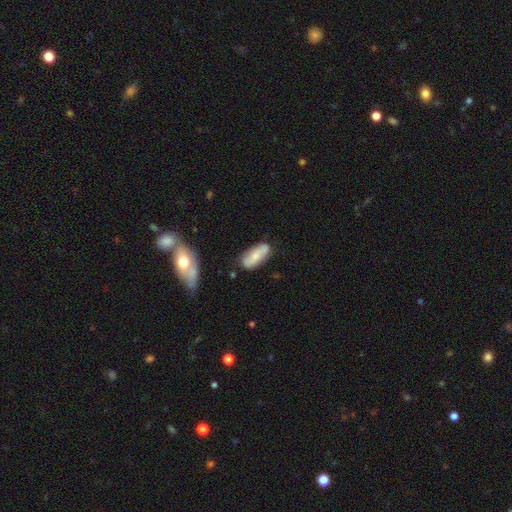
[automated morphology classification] Smooth or featured? smooth (61%)
How rounded? in between (80%)
Merging? none (77%)